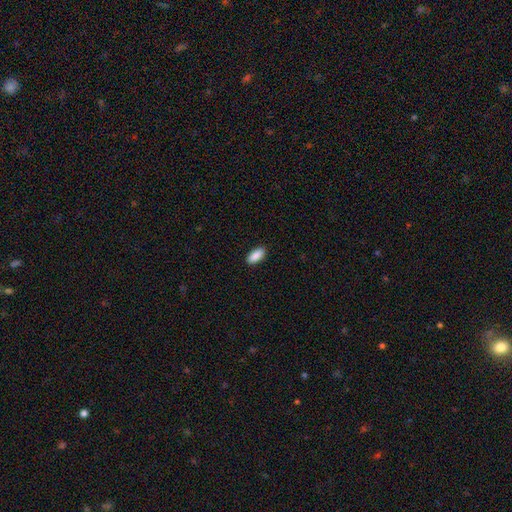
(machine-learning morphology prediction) smooth-or-featured: smooth: 90% | star or artifact: 6% | featured or disk: 4%
  how-rounded: in between: 84% | cigar-shaped: 14% | round: 2%
  merging: none: 90% | minor disturbance: 7% | major disturbance: 2% | merger: 1%